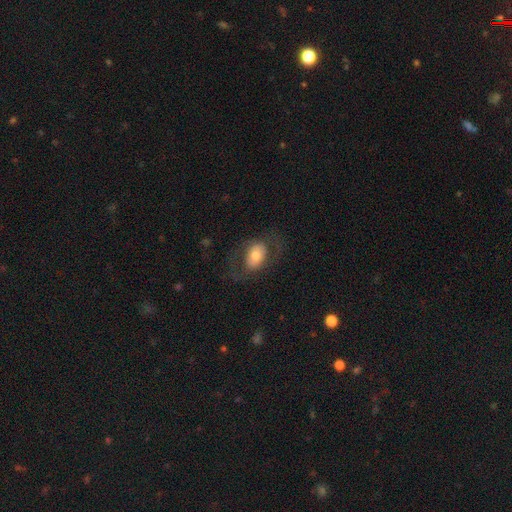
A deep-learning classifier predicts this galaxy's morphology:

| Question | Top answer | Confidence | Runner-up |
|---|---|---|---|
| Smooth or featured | smooth | 57% | featured or disk (36%) |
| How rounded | in between | 80% | round (18%) |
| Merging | none | 68% | major disturbance (16%) |